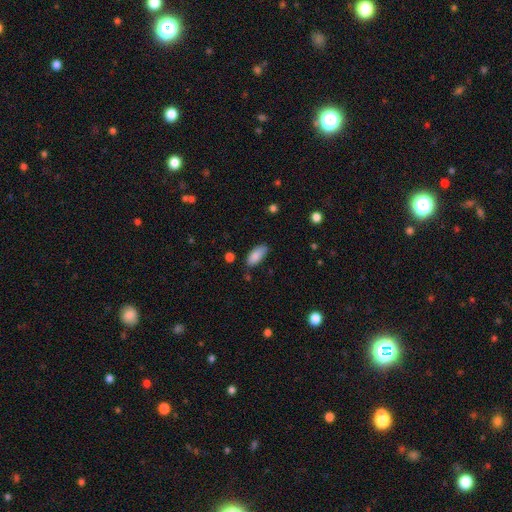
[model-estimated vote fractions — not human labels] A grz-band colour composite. It shows a smooth galaxy with no disk features (87%) that is in between round and cigar-shaped (87%). Merging: none (75%).